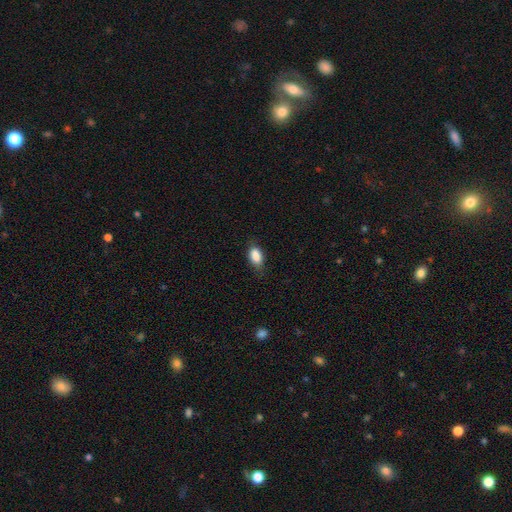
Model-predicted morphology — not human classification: A smooth galaxy with no disk features (86%) that is in between round and cigar-shaped (88%).

Vote fractions:
- Smooth or featured? smooth: 86% / star or artifact: 8% / featured or disk: 6%
- How rounded? in between: 88% / round: 7% / cigar-shaped: 5%
- Merging? none: 68% / minor disturbance: 25% / major disturbance: 6% / merger: 1%